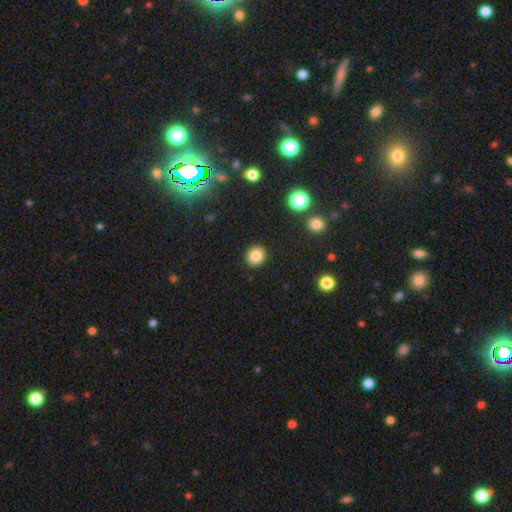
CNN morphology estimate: smooth_or_featured: smooth (p=0.84) [alt: star or artifact p=0.11]
how_rounded: round (p=0.75) [alt: in between p=0.24]
merging: none (p=0.91) [alt: minor disturbance p=0.06]